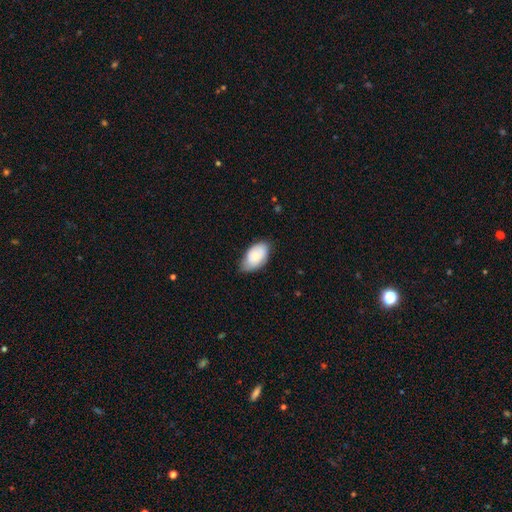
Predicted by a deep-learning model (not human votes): This appears to be a smooth galaxy with no disk features (71%) that is in between round and cigar-shaped (94%). Merging: none (65%).